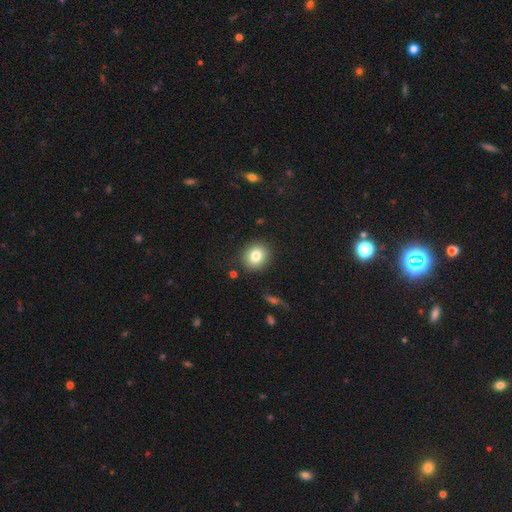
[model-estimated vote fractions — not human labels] This appears to be a smooth galaxy with no disk features (81%) that is round (77%). Merging: none (89%).